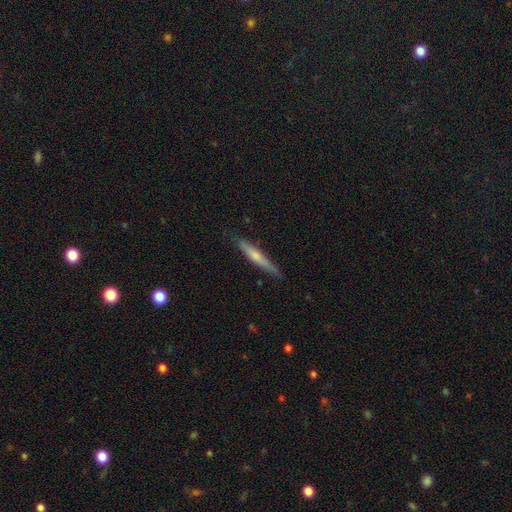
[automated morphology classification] Smooth or featured? Predicted: smooth (p=0.55). How rounded? Predicted: cigar-shaped (p=0.93). Merging? Predicted: none (p=0.84).